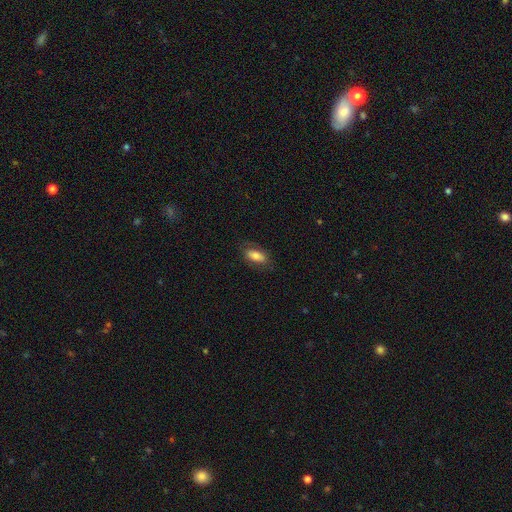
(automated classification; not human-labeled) Q: Smooth or featured?
A: smooth (74%); runner-up: featured or disk (19%)
Q: How rounded?
A: in between (87%); runner-up: cigar-shaped (9%)
Q: Merging?
A: none (76%); runner-up: minor disturbance (17%)